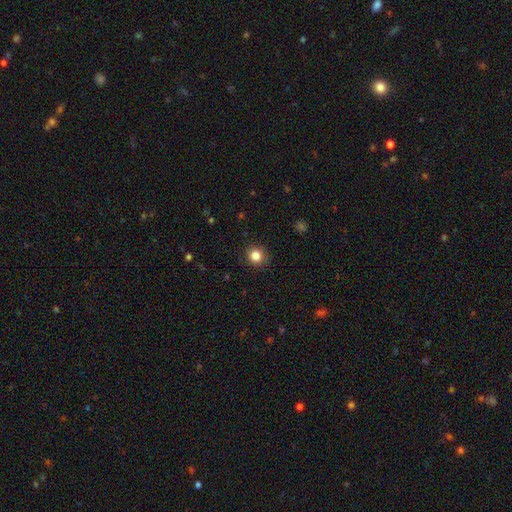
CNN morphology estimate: type=smooth (84%); roundness=round (90%); merging=none (90%).